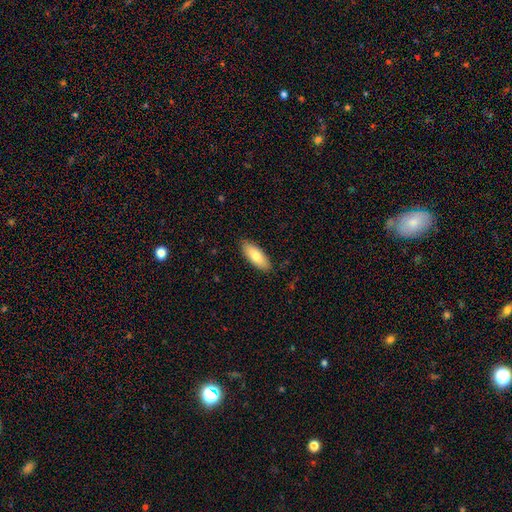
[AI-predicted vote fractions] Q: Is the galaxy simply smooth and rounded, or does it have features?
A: smooth — 80%.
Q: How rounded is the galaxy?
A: in between — 75%.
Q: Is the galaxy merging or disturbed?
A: none — 88%.